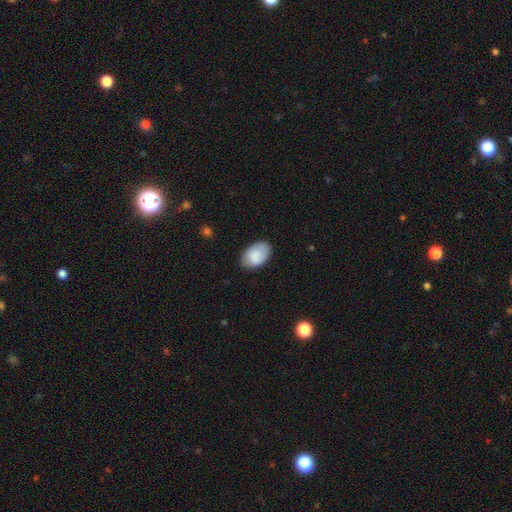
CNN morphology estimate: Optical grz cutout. It shows a smooth galaxy with no disk features (87%) that is in between round and cigar-shaped (92%). Merging: none (80%).